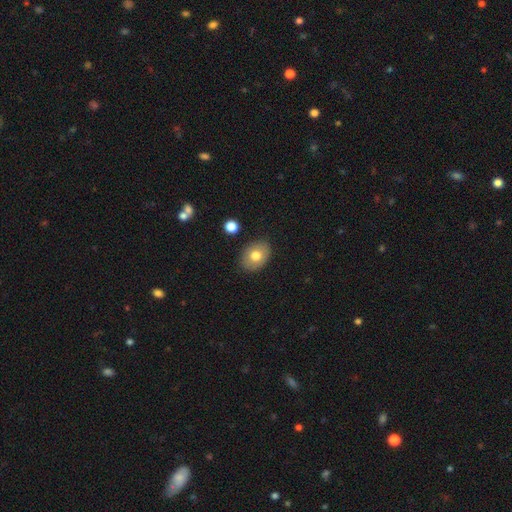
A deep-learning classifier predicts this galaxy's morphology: Overall: smooth (76%). How rounded: in between (71%). Merging: none (87%).